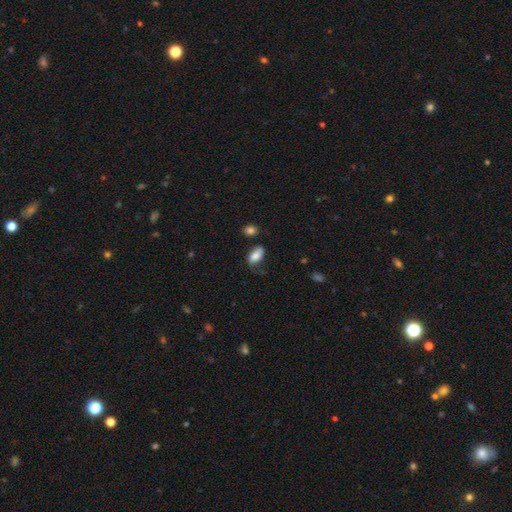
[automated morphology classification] smooth-or-featured: smooth: 82% | featured or disk: 10% | star or artifact: 8%
  how-rounded: in between: 93% | round: 5% | cigar-shaped: 2%
  merging: none: 53% | minor disturbance: 31% | major disturbance: 11% | merger: 5%